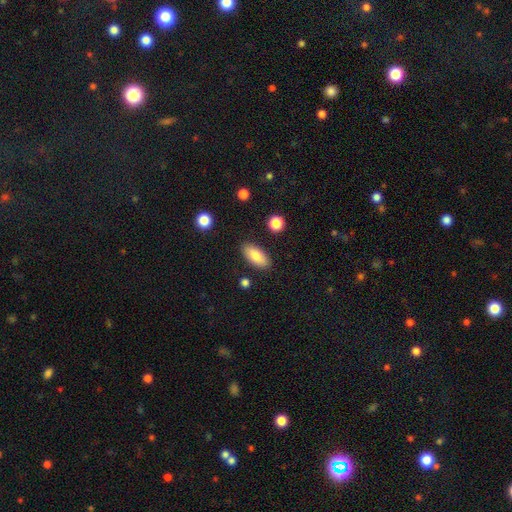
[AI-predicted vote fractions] A smooth galaxy with no disk features (81%) that is in between round and cigar-shaped (85%).

Vote fractions:
- Smooth or featured? smooth: 81% / featured or disk: 12% / star or artifact: 7%
- How rounded? in between: 85% / cigar-shaped: 12% / round: 2%
- Merging? none: 86% / minor disturbance: 9% / major disturbance: 2% / merger: 2%